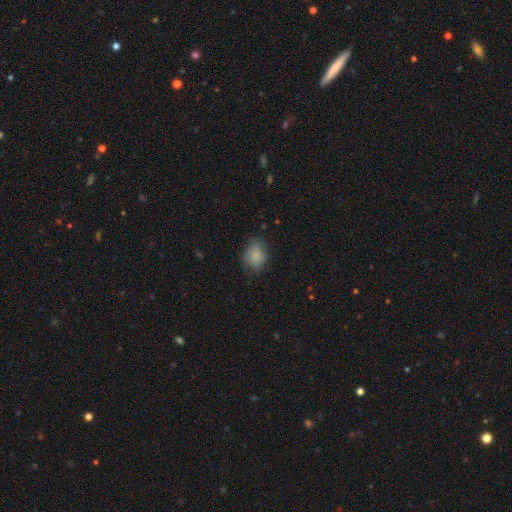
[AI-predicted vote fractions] Q: Smooth or featured?
A: smooth (82%); runner-up: star or artifact (9%)
Q: How rounded?
A: in between (60%); runner-up: round (39%)
Q: Merging?
A: none (67%); runner-up: minor disturbance (24%)